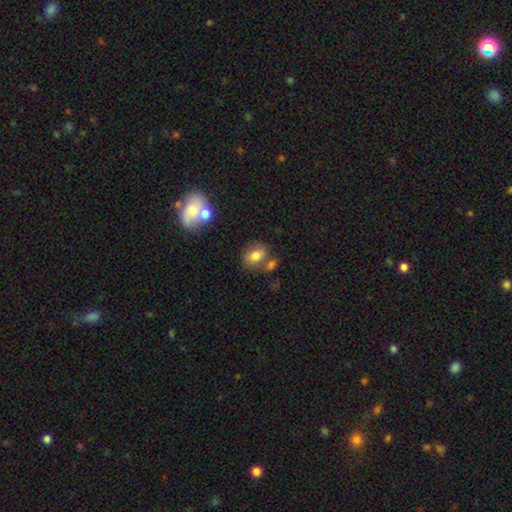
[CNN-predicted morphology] A smooth galaxy with no disk features (77%) that is in between round and cigar-shaped (71%).

Vote fractions:
- Smooth or featured? smooth: 77% / featured or disk: 13% / star or artifact: 11%
- How rounded? in between: 71% / round: 27% / cigar-shaped: 2%
- Merging? none: 62% / merger: 20% / minor disturbance: 13% / major disturbance: 5%